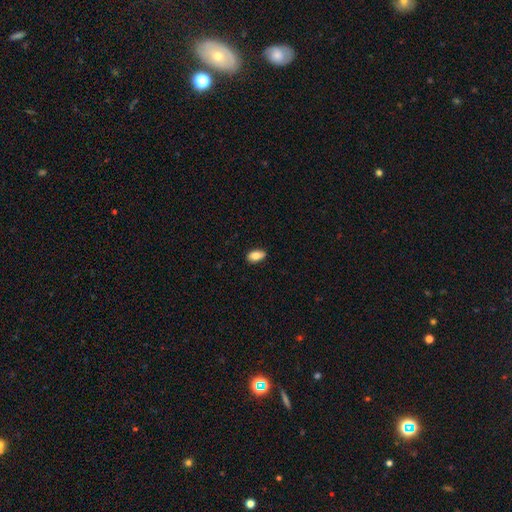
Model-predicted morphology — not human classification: This is clearly a smooth galaxy (82%). How rounded: clearly in between (91%). Merging: clearly none (85%).